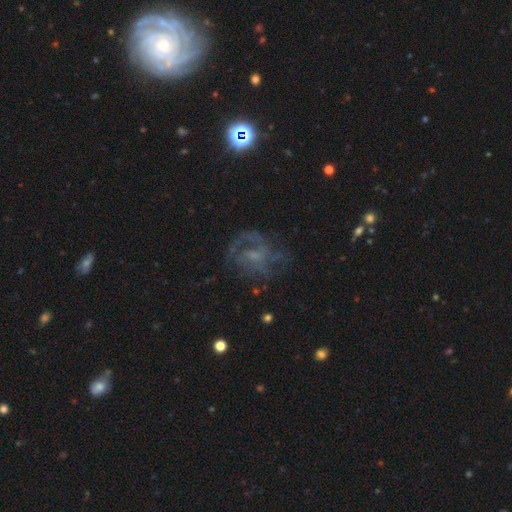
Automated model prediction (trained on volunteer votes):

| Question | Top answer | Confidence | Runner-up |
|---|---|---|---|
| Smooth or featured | featured or disk | 67% | smooth (16%) |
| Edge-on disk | no | 98% | yes (2%) |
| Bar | no | 59% | weak (34%) |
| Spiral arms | yes | 73% | no (27%) |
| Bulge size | small | 39% | none (37%) |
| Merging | none | 55% | major disturbance (24%) |